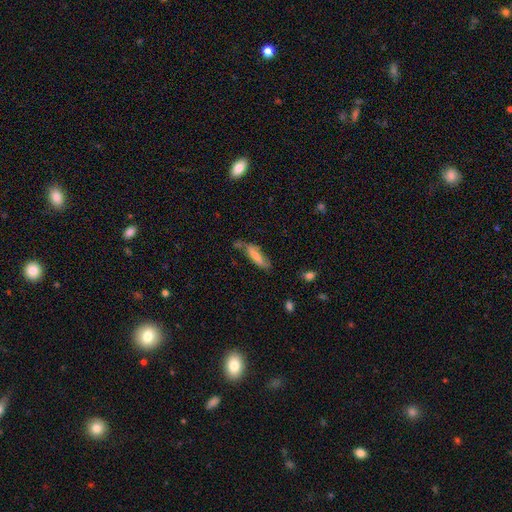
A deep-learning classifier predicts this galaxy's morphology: This appears to be a smooth galaxy with no disk features (63%) that is cigar-shaped (58%). Merging: none (54%).